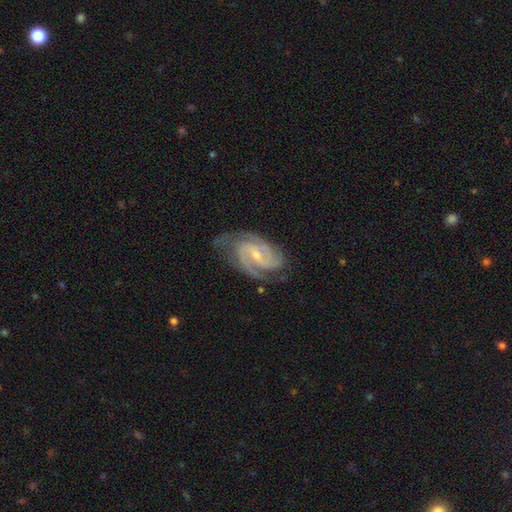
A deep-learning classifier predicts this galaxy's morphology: Smooth or featured?
  - featured or disk: 91% *
  - star or artifact: 5%
  - smooth: 4%
Edge-on disk?
  - no: 97% *
  - yes: 3%
Bar?
  - weak: 48% *
  - no: 35%
  - strong: 17%
Spiral arms?
  - yes: 98% *
  - no: 2%
Spiral winding?
  - medium: 49% *
  - tight: 43%
  - loose: 8%
Spiral arm count?
  - 2: 55% *
  - 3: 27%
  - can't tell: 7%
  - 4: 4%
  - 1: 3%
  - more than 4: 3%
Bulge size?
  - small: 71% *
  - moderate: 24%
  - none: 3%
  - large: 1%
  - dominant: 1%
Merging?
  - none: 72% *
  - minor disturbance: 20%
  - major disturbance: 7%
  - merger: 1%